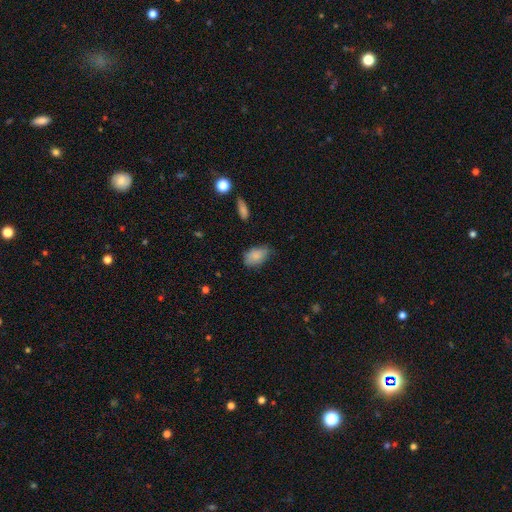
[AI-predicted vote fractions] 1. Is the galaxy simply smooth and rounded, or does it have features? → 86% smooth, 7% star or artifact, 7% featured or disk.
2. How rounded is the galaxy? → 89% in between, 9% round, 2% cigar-shaped.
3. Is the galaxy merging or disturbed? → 61% none, 31% minor disturbance, 6% major disturbance, 2% merger.